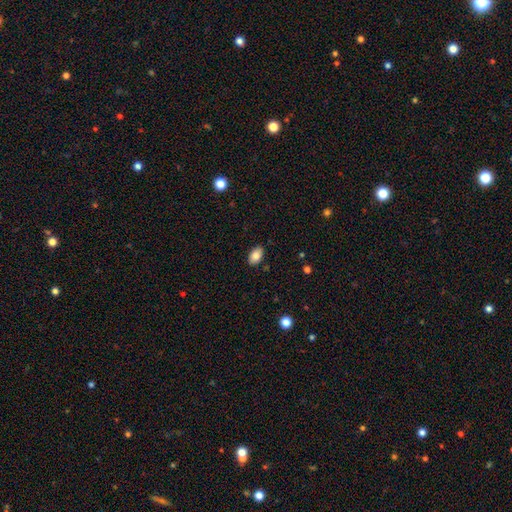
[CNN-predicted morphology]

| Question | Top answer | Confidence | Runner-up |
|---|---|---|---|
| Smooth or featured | smooth | 82% | featured or disk (10%) |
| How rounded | in between | 92% | round (6%) |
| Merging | none | 87% | minor disturbance (10%) |